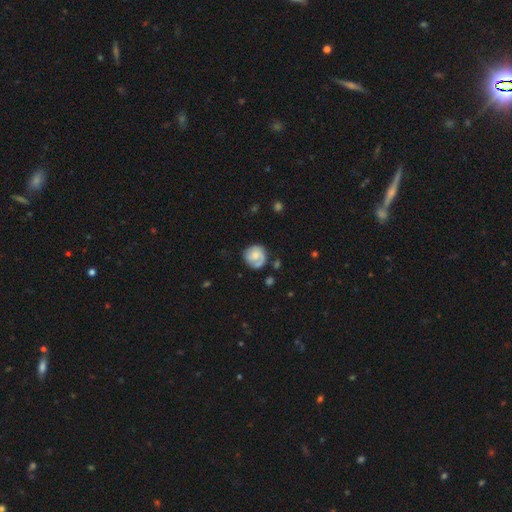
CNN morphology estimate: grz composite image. It shows a featured or disk galaxy (49%). Merging: none (64%).